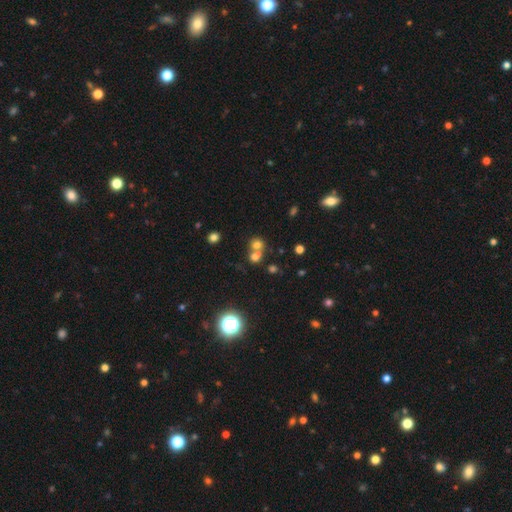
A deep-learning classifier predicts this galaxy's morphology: A smooth galaxy with no disk features (61%) that is round (78%). Merging: merger (50%).